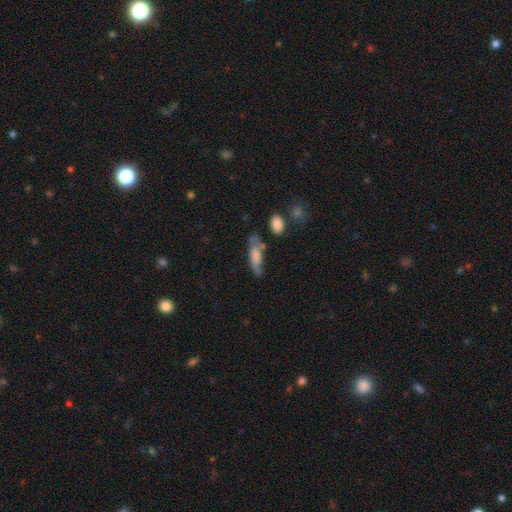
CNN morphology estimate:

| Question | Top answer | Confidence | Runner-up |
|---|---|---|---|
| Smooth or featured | smooth | 61% | featured or disk (31%) |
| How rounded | in between | 52% | cigar-shaped (45%) |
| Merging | none | 50% | minor disturbance (29%) |